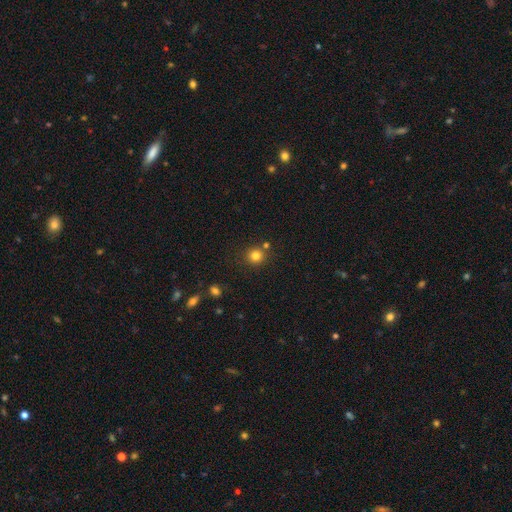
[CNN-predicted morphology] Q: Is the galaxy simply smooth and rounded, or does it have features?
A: smooth — 80%.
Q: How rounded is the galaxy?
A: round — 91%.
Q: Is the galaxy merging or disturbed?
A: none — 78%.